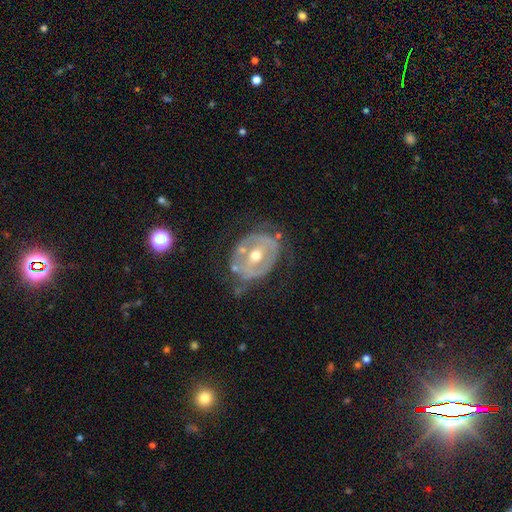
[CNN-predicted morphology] This is likely a featured or disk galaxy (75%). It is clearly not viewed edge-on (95%). Bar: possibly no (49%). Spiral arm pattern: possibly no (54%). Central bulge: likely moderate (69%). Merging: likely none (63%).